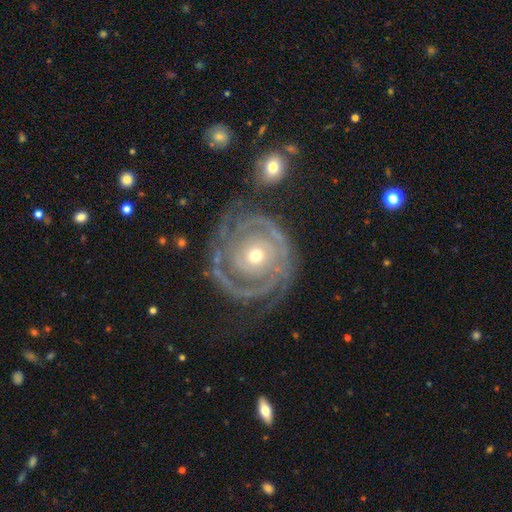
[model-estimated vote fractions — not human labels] Q: Smooth or featured?
A: featured or disk (87%); runner-up: smooth (8%)
Q: Edge-on disk?
A: no (97%); runner-up: yes (3%)
Q: Bar?
A: no (82%); runner-up: weak (13%)
Q: Spiral arms?
A: yes (91%); runner-up: no (9%)
Q: Spiral winding?
A: tight (74%); runner-up: medium (19%)
Q: Spiral arm count?
A: 2 (32%); runner-up: can't tell (25%)
Q: Bulge size?
A: small (52%); runner-up: moderate (44%)
Q: Merging?
A: none (67%); runner-up: minor disturbance (17%)